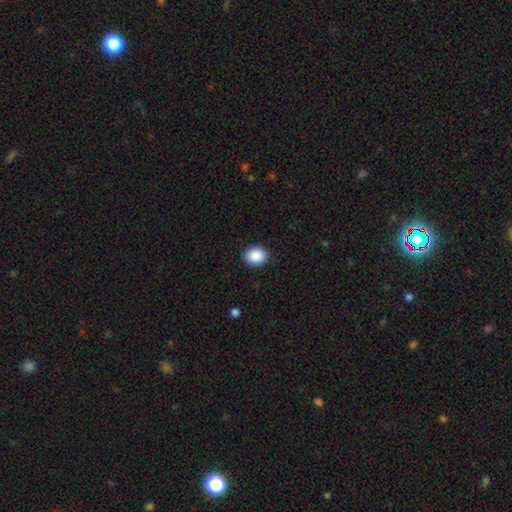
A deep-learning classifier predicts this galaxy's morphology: smooth 89%, star or artifact 8%, featured or disk 3%. Down the decision tree: how rounded — round (59%); merging — none (90%).